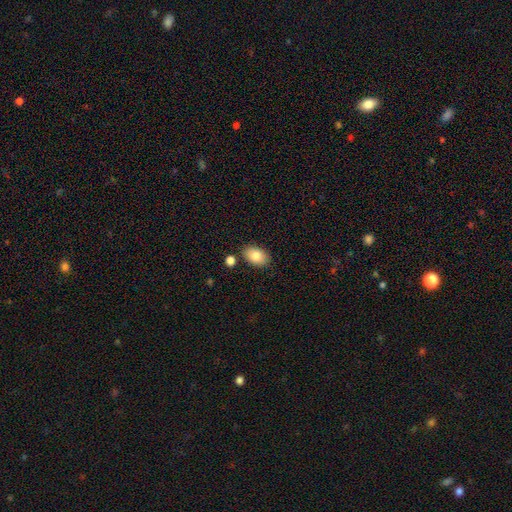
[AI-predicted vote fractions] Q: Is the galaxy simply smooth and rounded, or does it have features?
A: smooth — 82%.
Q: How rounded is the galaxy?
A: in between — 89%.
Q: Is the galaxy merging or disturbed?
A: none — 83%.